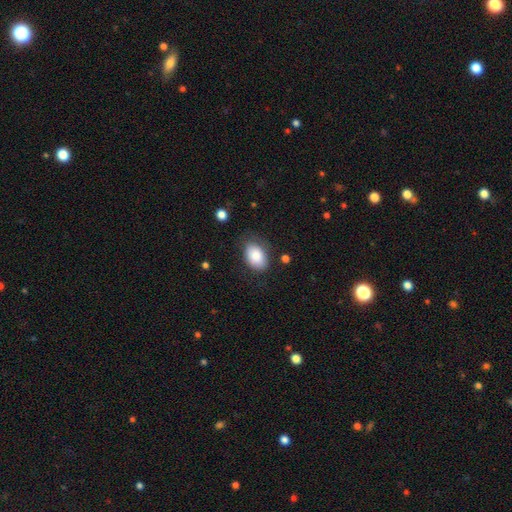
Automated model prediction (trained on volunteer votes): Smooth or featured? smooth (85%)
How rounded? in between (88%)
Merging? none (72%)